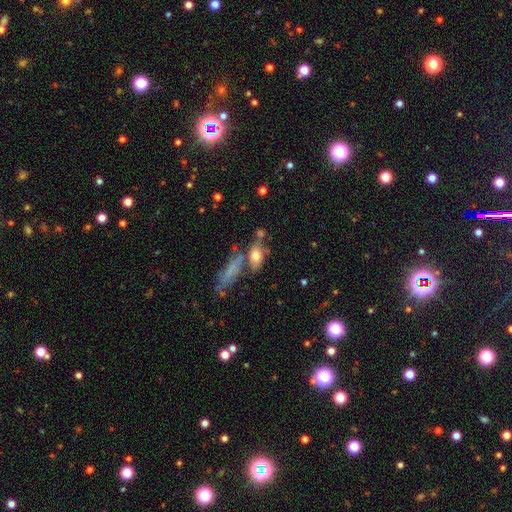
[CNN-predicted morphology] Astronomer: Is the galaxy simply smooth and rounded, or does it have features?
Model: smooth — 64%.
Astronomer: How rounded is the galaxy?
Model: in between — 73%.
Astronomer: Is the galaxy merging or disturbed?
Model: none — 43% (runner-up: merger, 29%).